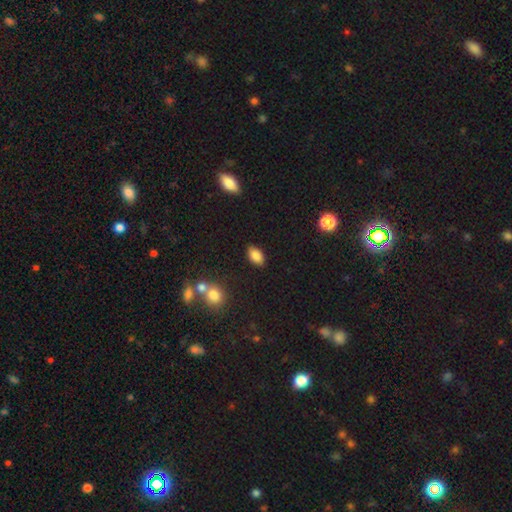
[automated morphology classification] smooth-or-featured: smooth: 85% | star or artifact: 8% | featured or disk: 6%
  how-rounded: in between: 92% | round: 6% | cigar-shaped: 2%
  merging: none: 86% | minor disturbance: 9% | major disturbance: 2% | merger: 2%